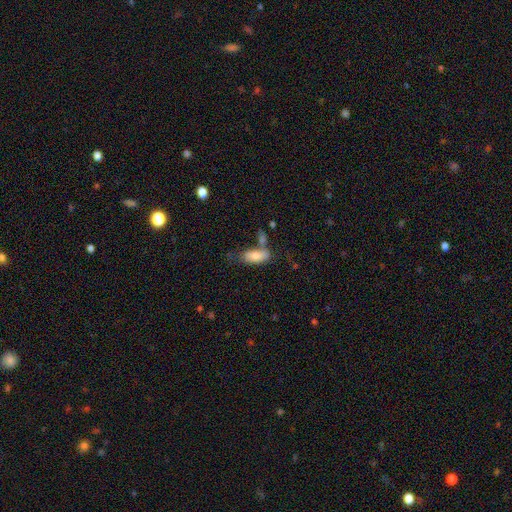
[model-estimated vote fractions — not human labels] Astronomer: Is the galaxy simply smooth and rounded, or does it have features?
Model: smooth — 79%.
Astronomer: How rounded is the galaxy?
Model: in between — 81%.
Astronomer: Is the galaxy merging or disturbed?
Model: none — 47% (runner-up: merger, 24%).